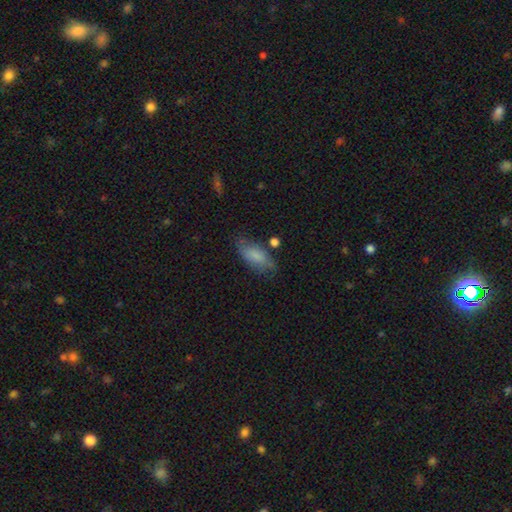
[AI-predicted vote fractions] Morphology: type=smooth (78%); roundness=in between (86%); merging=none (63%).